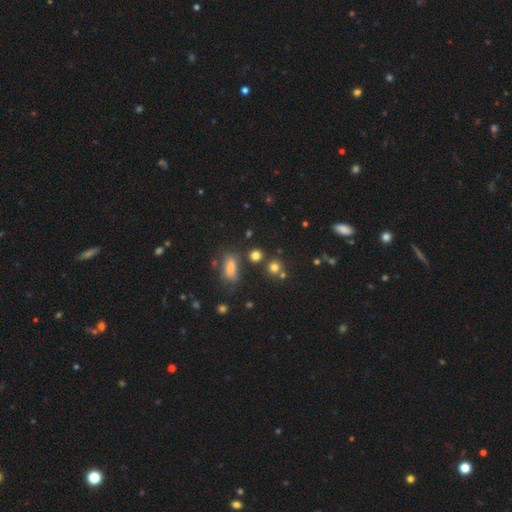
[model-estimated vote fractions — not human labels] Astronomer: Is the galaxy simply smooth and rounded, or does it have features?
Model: smooth — 77%.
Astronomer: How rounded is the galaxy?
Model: round — 72%.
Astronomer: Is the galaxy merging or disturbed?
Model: none — 75%.